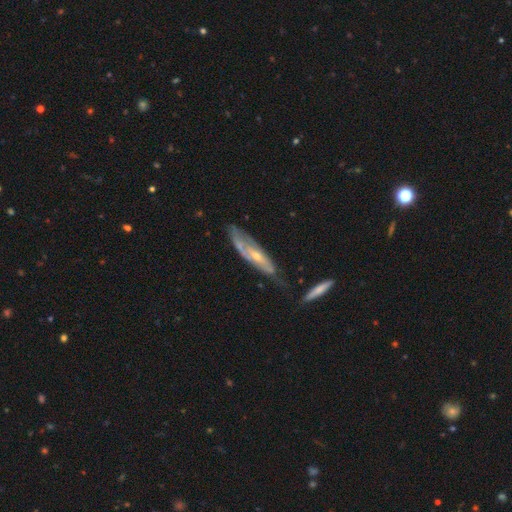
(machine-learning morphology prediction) featured or disk 68%, smooth 26%, star or artifact 6%. Down the decision tree: edge-on disk — no (62%); merging — none (51%).